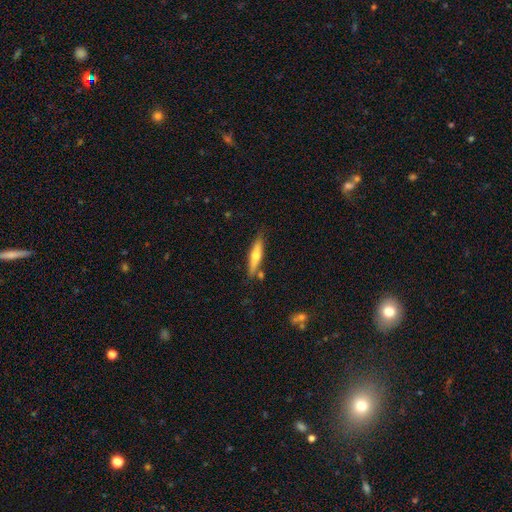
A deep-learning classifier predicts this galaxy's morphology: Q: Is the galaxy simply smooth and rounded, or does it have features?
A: smooth — 51%.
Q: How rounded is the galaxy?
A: cigar-shaped — 82%.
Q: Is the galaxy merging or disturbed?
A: none — 77%.